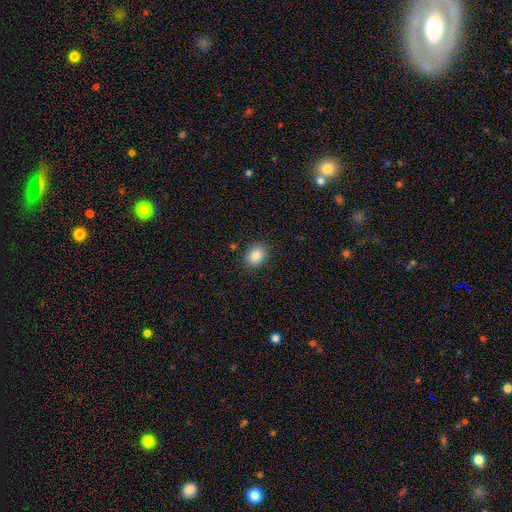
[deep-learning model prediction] Smooth or featured: smooth — 87% (star or artifact — 8%)
How rounded: in between — 63% (round — 36%)
Merging: none — 87% (minor disturbance — 10%)